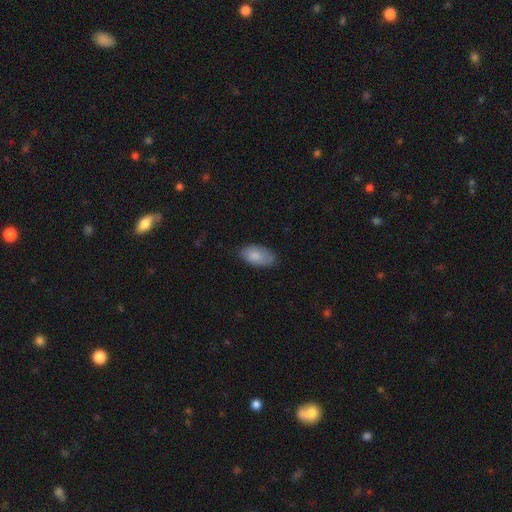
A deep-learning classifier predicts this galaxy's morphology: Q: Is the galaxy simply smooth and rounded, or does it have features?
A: smooth — 85%.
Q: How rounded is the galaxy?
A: in between — 94%.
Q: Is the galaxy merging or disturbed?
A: none — 75%.